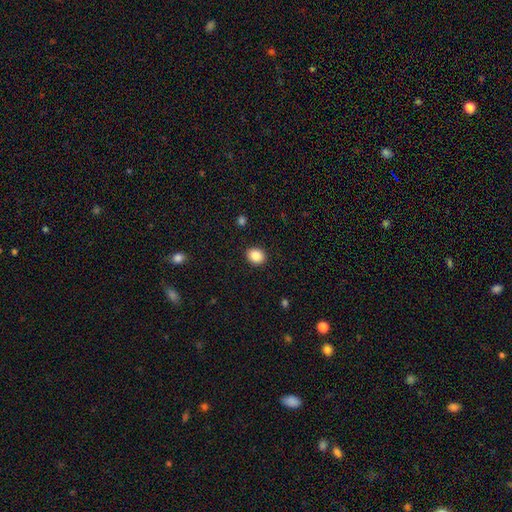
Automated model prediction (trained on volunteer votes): A smooth galaxy with no disk features (86%) that is round (65%). Merging: none (91%).